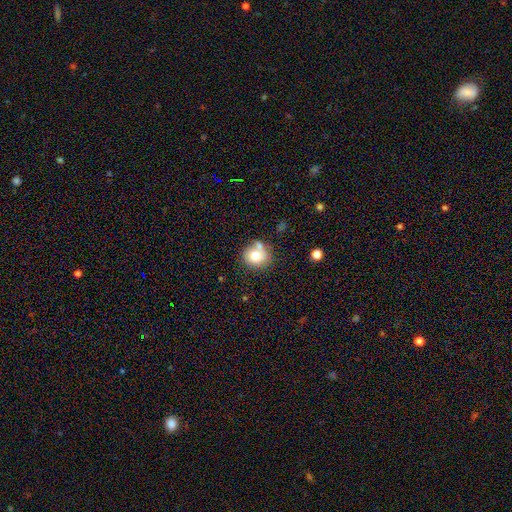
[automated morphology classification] smooth-or-featured: smooth: 76% | featured or disk: 14% | star or artifact: 10%
  how-rounded: round: 81% | in between: 18% | cigar-shaped: 1%
  merging: none: 58% | merger: 22% | minor disturbance: 15% | major disturbance: 5%